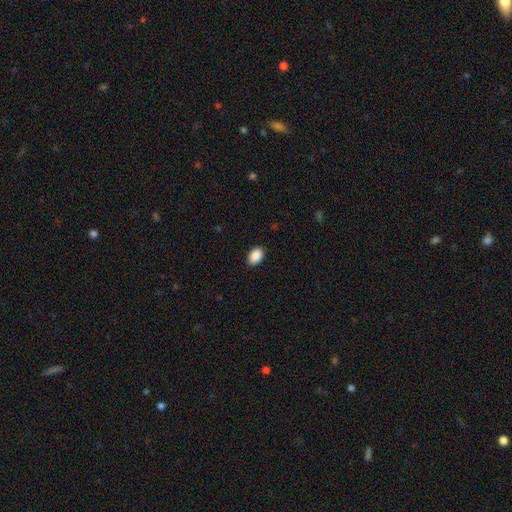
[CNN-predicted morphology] This is clearly a smooth galaxy (90%). How rounded: clearly in between (85%). Merging: clearly none (89%).